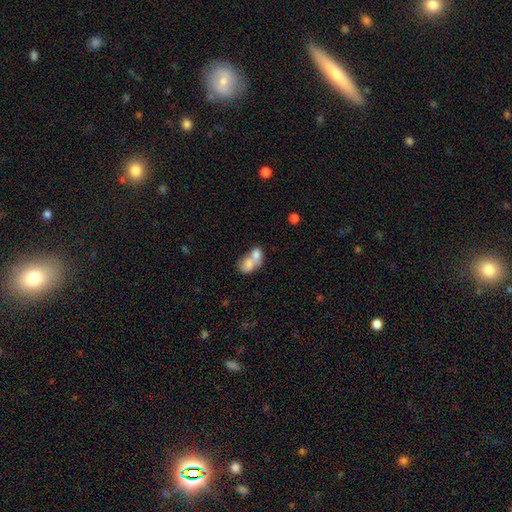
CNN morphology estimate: smooth_or_featured: smooth (p=0.72) [alt: featured or disk p=0.20]
how_rounded: in between (p=0.68) [alt: round p=0.30]
merging: merger (p=0.76) [alt: none p=0.14]